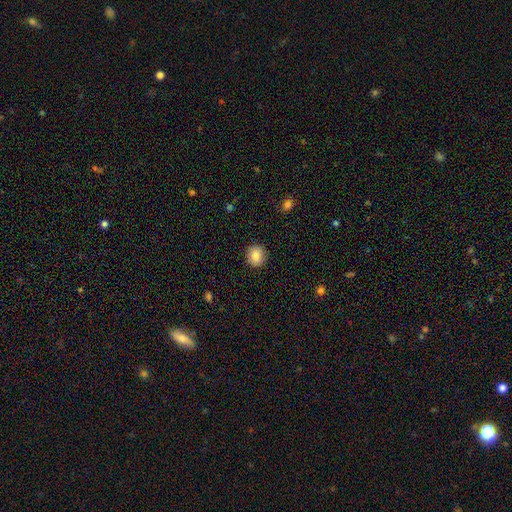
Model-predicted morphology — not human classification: The model was most divided on "how rounded": round: 82%, in between: 17%, cigar-shaped: 1%. More confident: merging — none (90%); smooth or featured — smooth (87%).